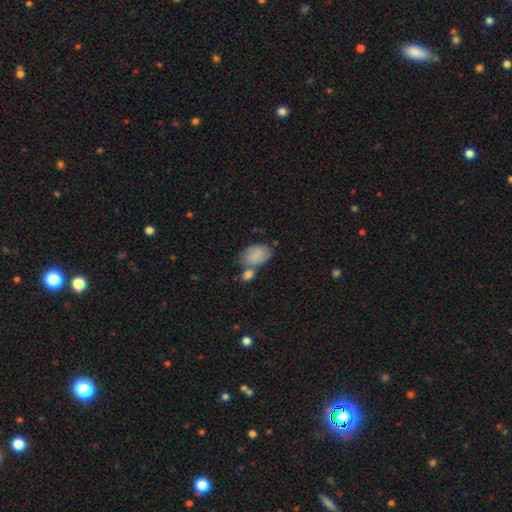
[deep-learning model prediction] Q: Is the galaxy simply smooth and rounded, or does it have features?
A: smooth — 70%.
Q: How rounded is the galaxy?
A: in between — 87%.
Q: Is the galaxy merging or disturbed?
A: none — 40%.